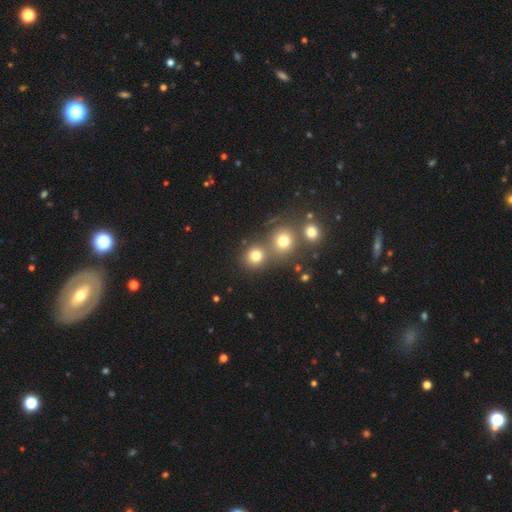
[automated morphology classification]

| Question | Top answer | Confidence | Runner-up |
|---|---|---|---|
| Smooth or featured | smooth | 76% | star or artifact (16%) |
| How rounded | round | 87% | in between (12%) |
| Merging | none | 61% | merger (29%) |